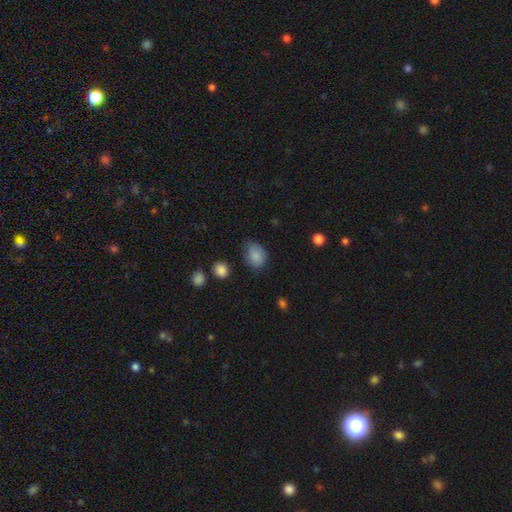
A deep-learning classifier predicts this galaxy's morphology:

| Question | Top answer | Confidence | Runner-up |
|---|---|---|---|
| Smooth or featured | smooth | 85% | star or artifact (10%) |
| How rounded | in between | 54% | round (45%) |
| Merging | none | 65% | minor disturbance (27%) |